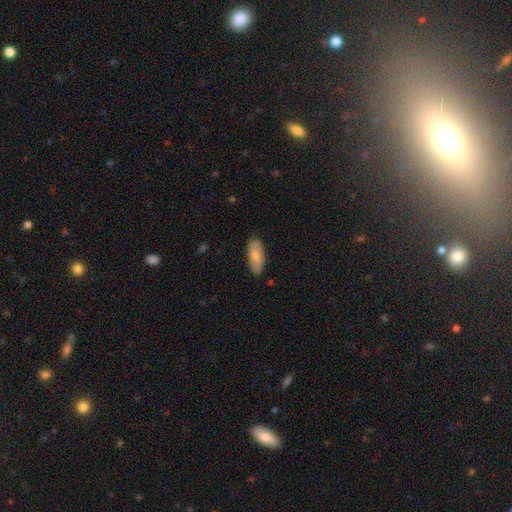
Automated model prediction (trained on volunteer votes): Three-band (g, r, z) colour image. It shows a smooth galaxy with no disk features (76%) that is in between round and cigar-shaped (81%). Merging: none (81%).